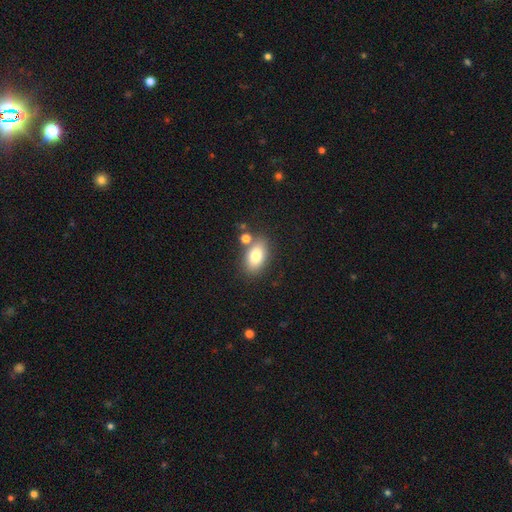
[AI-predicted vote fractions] smooth-or-featured: smooth: 79% | featured or disk: 12% | star or artifact: 9%
  how-rounded: in between: 89% | round: 9% | cigar-shaped: 2%
  merging: none: 72% | merger: 13% | minor disturbance: 12% | major disturbance: 3%